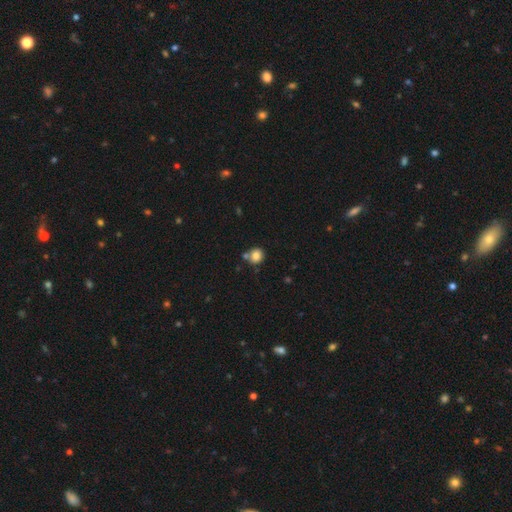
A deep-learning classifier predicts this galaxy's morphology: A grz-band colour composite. It shows a smooth galaxy with no disk features (83%) that is round (79%). Merging: none (62%).